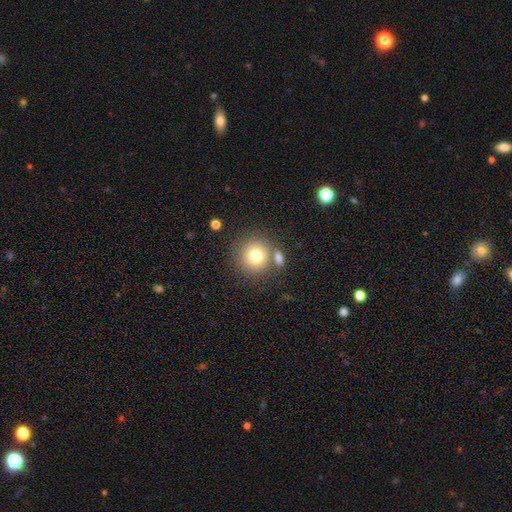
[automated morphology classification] Smooth or featured? smooth (76%)
How rounded? round (93%)
Merging? none (72%)